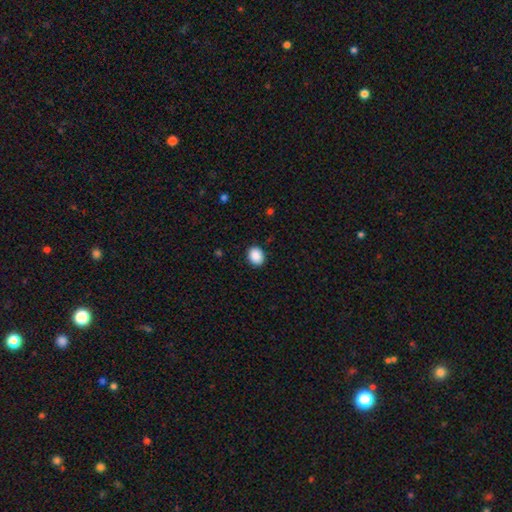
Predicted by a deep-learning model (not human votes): This appears to be a smooth galaxy with no disk features (89%) that is round (50%). Merging: none (89%).